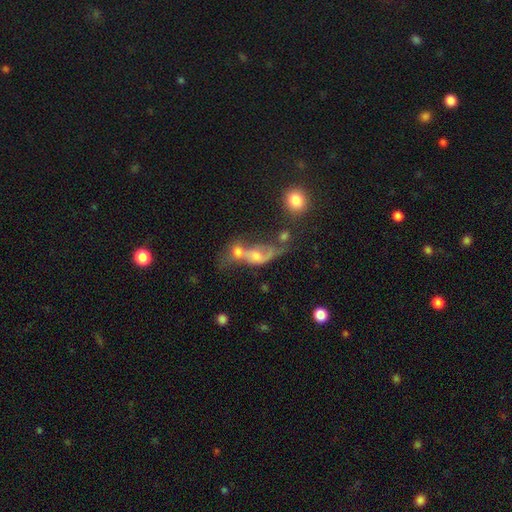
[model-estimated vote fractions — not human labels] smooth_or_featured: featured or disk (p=0.46) [alt: smooth p=0.39]
merging: merger (p=0.58) [alt: major disturbance p=0.19]